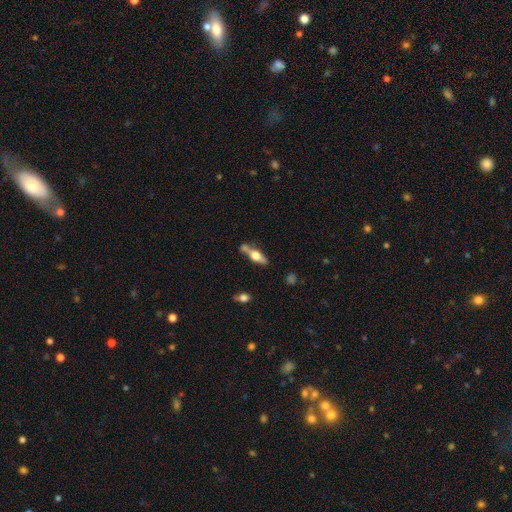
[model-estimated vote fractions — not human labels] Smooth or featured? Predicted: featured or disk (p=0.59). Edge-on disk? Predicted: yes (p=0.91). Edge-on bulge? Predicted: rounded (p=0.94). Merging? Predicted: none (p=0.63).